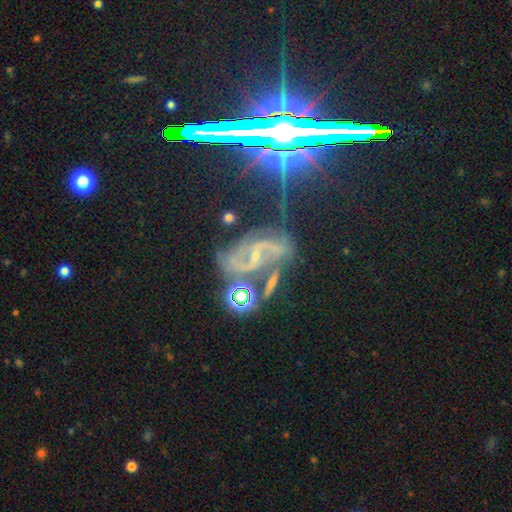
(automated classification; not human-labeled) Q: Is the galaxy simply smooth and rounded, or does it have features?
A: featured or disk — 77%.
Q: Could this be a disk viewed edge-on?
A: no — 96%.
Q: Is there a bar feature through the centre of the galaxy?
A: weak — 40%.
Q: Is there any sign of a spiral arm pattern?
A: yes — 94%.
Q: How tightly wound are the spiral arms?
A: medium — 48%.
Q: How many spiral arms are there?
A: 2 — 81%.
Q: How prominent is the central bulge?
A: small — 77%.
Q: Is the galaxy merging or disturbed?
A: none — 47%.